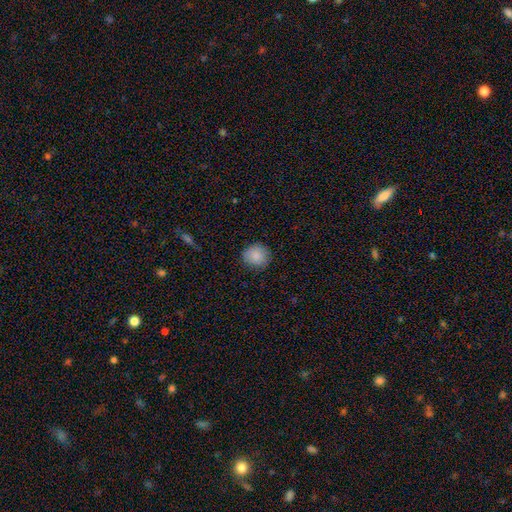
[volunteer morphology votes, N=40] A smooth galaxy with no disk features (80%) that is round (88%).

Vote fractions:
- Smooth or featured? smooth: 80% / star or artifact: 12% / featured or disk: 8%
- How rounded? round: 88% / in between: 12% / cigar-shaped: 0%
- Merging? none: 86% / minor disturbance: 11% / major disturbance: 3% / merger: 0%